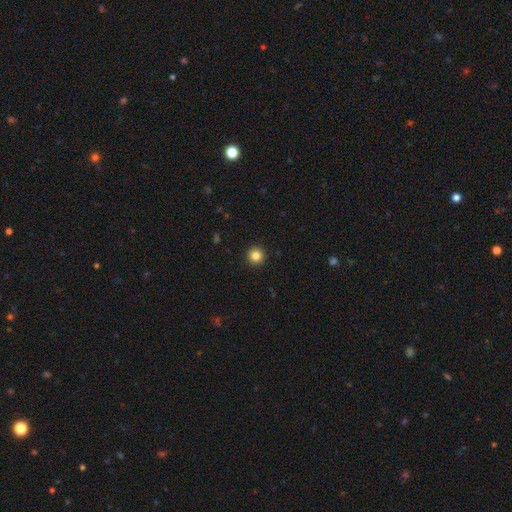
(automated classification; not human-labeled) The model was most divided on "smooth or featured": smooth: 84%, star or artifact: 11%, featured or disk: 5%. More confident: how rounded — round (96%); merging — none (93%).